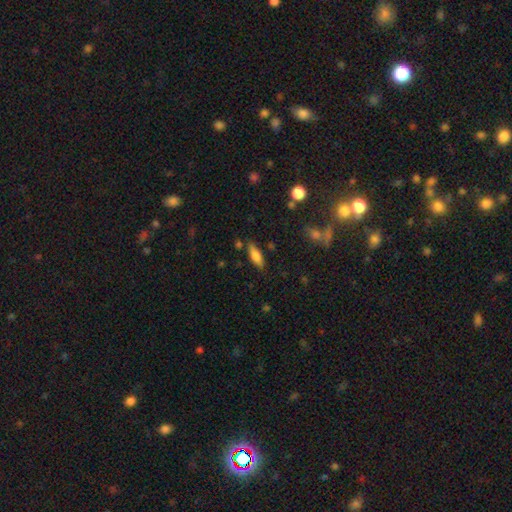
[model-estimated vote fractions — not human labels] Smooth or featured?
  - smooth: 76% *
  - featured or disk: 17%
  - star or artifact: 7%
How rounded?
  - in between: 62% *
  - cigar-shaped: 36%
  - round: 2%
Merging?
  - none: 81% *
  - minor disturbance: 13%
  - merger: 4%
  - major disturbance: 3%